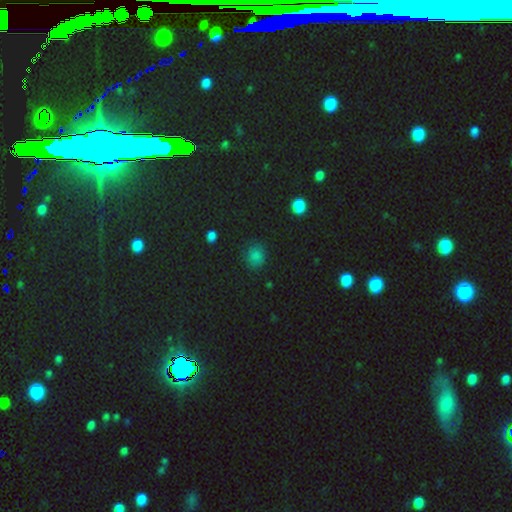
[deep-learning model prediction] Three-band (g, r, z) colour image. It shows a smooth galaxy with no disk features (77%) that is round (77%). Merging: none (84%).